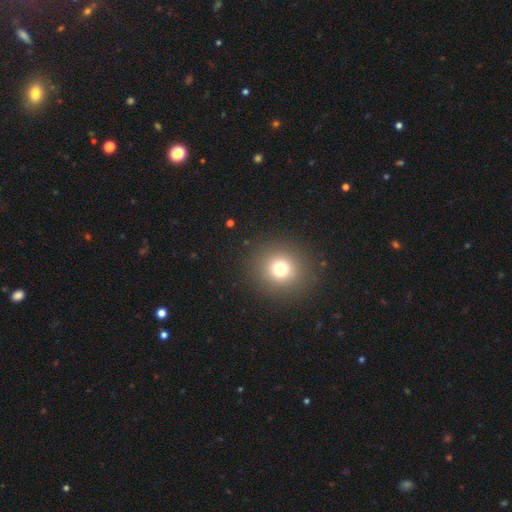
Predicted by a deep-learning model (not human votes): Overall: smooth (67%). How rounded: round (86%). Merging: none (92%).